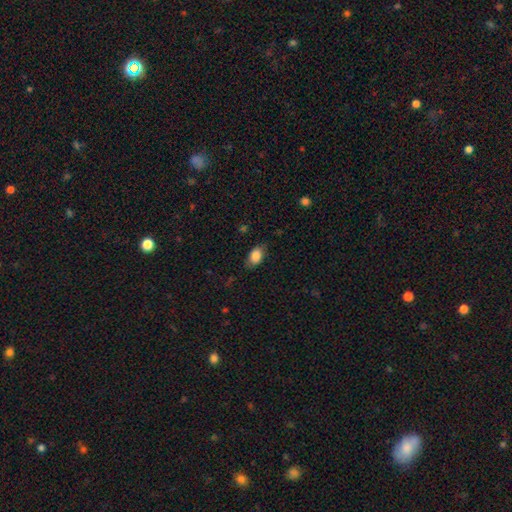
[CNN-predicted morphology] Smooth or featured: smooth — 85% (star or artifact — 8%)
How rounded: in between — 88% (round — 10%)
Merging: none — 76% (minor disturbance — 18%)